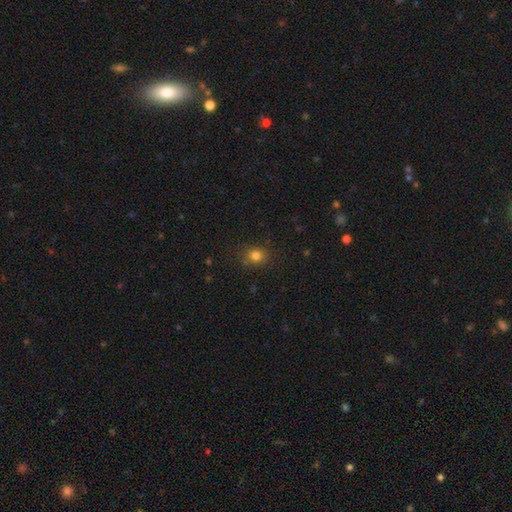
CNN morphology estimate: Smooth or featured? smooth (80%)
How rounded? round (72%)
Merging? none (83%)